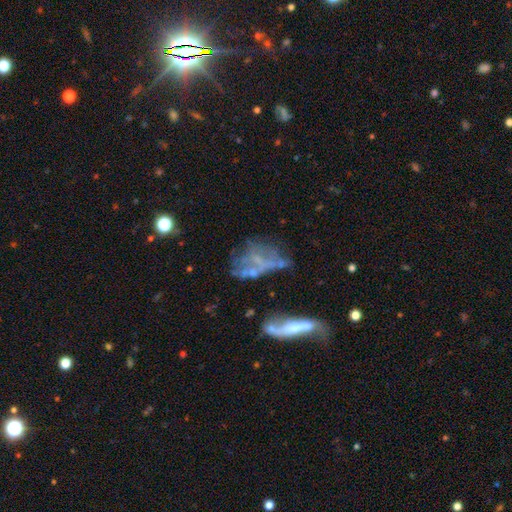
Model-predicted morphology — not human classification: Overall: featured or disk (56%; smooth 26%). Edge-on disk: no (94%). Bar: no (83%). Spiral arms: no (87%). Bulge size: none (71%). Merging: major disturbance (32%; none 29%).